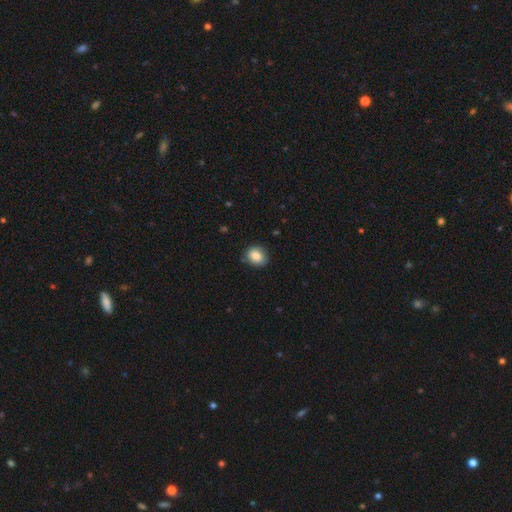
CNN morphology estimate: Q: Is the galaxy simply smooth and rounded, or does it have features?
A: smooth — 84%.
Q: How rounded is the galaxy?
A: round — 57%.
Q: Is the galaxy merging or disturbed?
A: none — 82%.